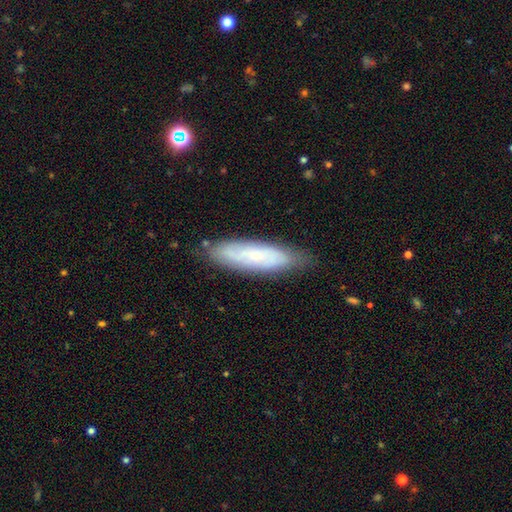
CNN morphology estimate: This appears to be a featured or disk galaxy (51%). Merging: none (79%).